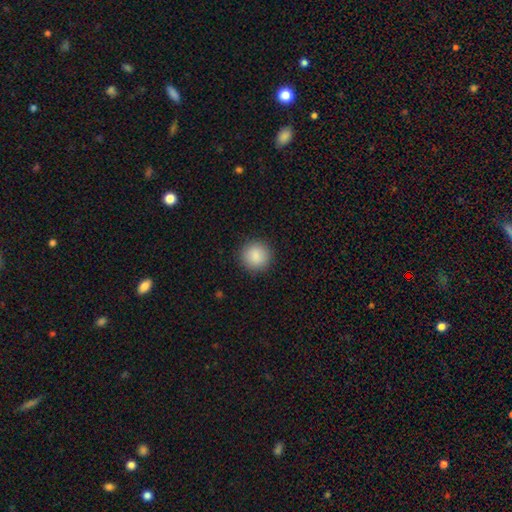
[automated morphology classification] A smooth galaxy with no disk features (88%) that is round (94%).

Vote fractions:
- Smooth or featured? smooth: 88% / star or artifact: 8% / featured or disk: 4%
- How rounded? round: 94% / in between: 5% / cigar-shaped: 1%
- Merging? none: 90% / minor disturbance: 6% / major disturbance: 2% / merger: 1%